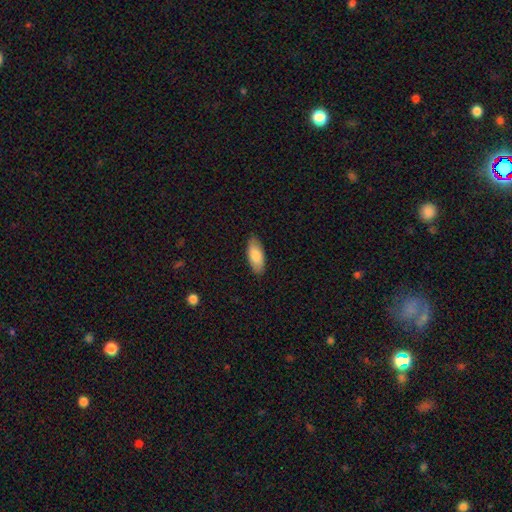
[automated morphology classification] Smooth or featured? Predicted: smooth (p=0.85). How rounded? Predicted: in between (p=0.85). Merging? Predicted: none (p=0.87).